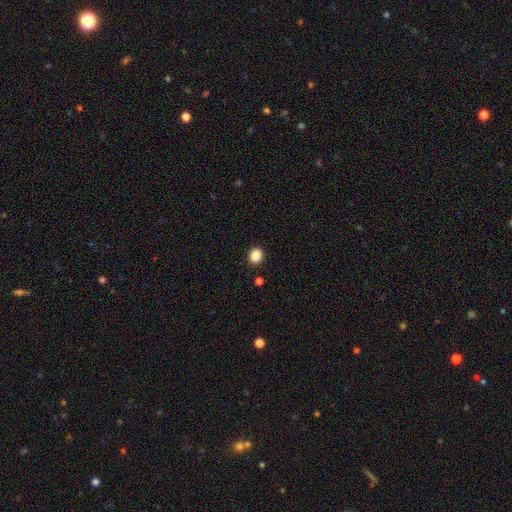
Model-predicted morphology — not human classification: Q: Smooth or featured?
A: smooth (87%); runner-up: star or artifact (10%)
Q: How rounded?
A: round (63%); runner-up: in between (37%)
Q: Merging?
A: none (90%); runner-up: minor disturbance (6%)